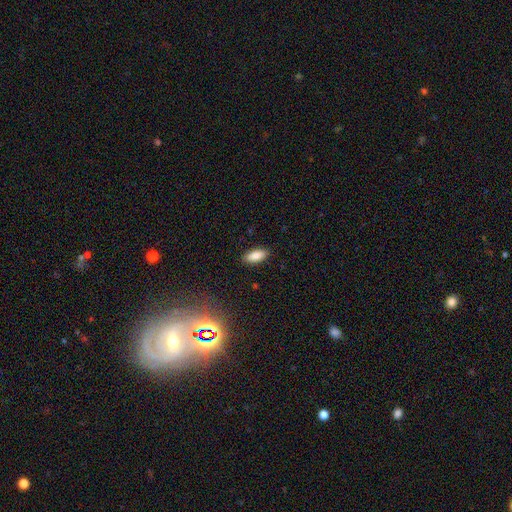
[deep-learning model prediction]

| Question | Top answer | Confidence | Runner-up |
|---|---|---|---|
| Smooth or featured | smooth | 86% | star or artifact (8%) |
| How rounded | in between | 84% | cigar-shaped (14%) |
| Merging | none | 89% | minor disturbance (8%) |